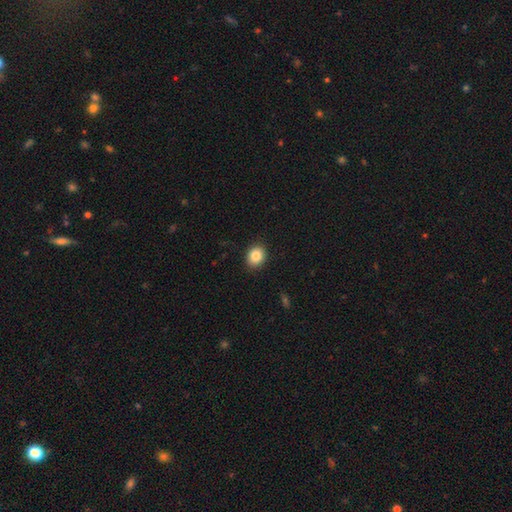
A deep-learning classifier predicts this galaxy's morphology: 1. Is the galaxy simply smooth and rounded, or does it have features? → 86% smooth, 9% star or artifact, 6% featured or disk.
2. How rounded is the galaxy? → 53% round, 46% in between, 1% cigar-shaped.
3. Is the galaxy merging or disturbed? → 90% none, 7% minor disturbance, 2% major disturbance, 1% merger.